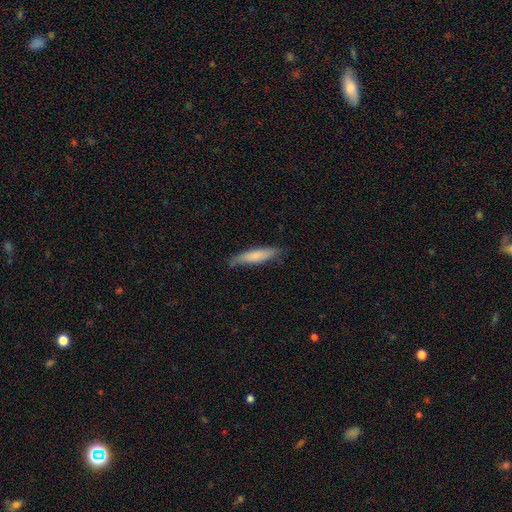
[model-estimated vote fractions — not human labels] Smooth or featured?
  - smooth: 74% *
  - featured or disk: 21%
  - star or artifact: 5%
How rounded?
  - cigar-shaped: 83% *
  - in between: 15%
  - round: 1%
Merging?
  - none: 76% *
  - minor disturbance: 20%
  - major disturbance: 3%
  - merger: 1%